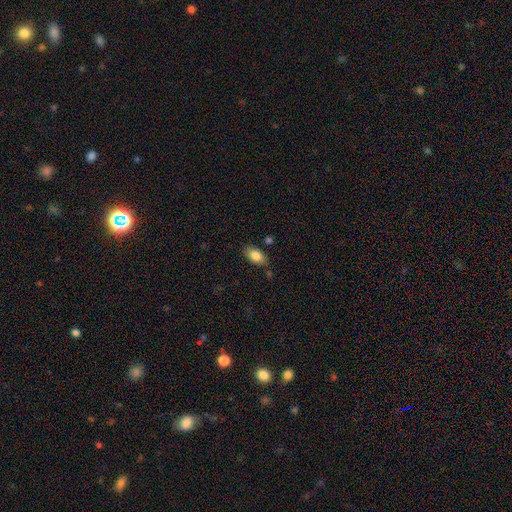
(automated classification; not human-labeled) smooth_or_featured: smooth (p=0.82) [alt: featured or disk p=0.10]
how_rounded: in between (p=0.91) [alt: round p=0.05]
merging: none (p=0.79) [alt: minor disturbance p=0.14]